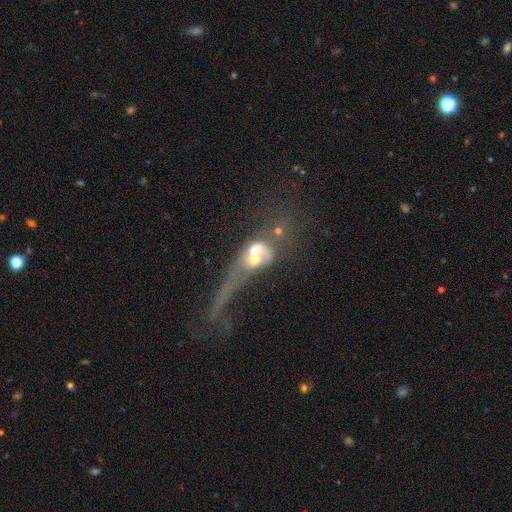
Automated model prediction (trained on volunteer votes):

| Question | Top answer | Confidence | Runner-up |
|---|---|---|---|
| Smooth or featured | featured or disk | 46% | smooth (43%) |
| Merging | merger | 66% | major disturbance (22%) |